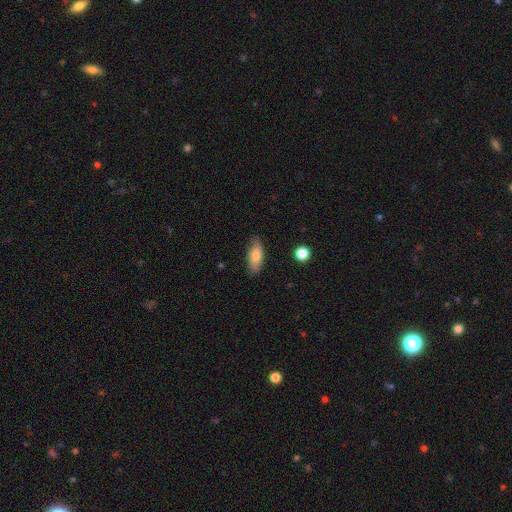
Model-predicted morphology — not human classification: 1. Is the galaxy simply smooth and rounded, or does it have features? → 76% smooth, 17% featured or disk, 7% star or artifact.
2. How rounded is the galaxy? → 78% in between, 19% cigar-shaped, 3% round.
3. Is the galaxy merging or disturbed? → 85% none, 12% minor disturbance, 2% major disturbance, 1% merger.